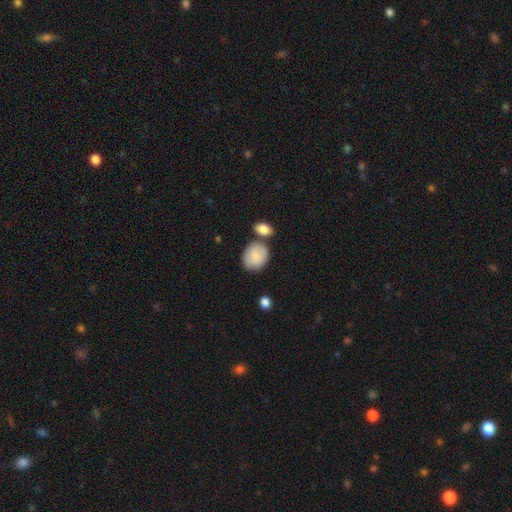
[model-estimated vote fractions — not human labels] smooth 84%, featured or disk 9%, star or artifact 6%. Down the decision tree: how rounded — round (55%); merging — none (67%).